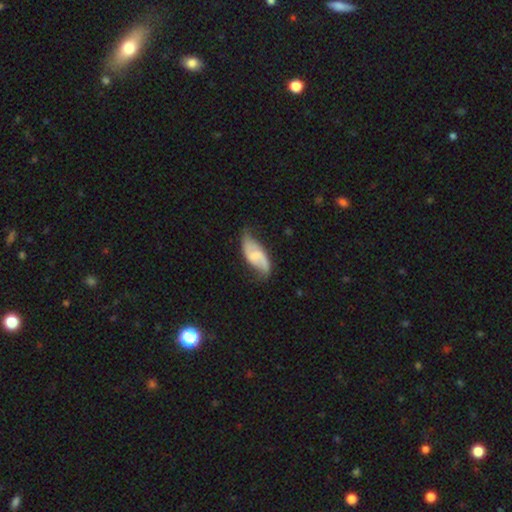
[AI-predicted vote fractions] smooth_or_featured: featured or disk (p=0.65) [alt: smooth p=0.29]
disk_edge_on: no (p=0.94) [alt: yes p=0.06]
bar: weak (p=0.48) [alt: no p=0.33]
has_spiral_arms: yes (p=0.89) [alt: no p=0.11]
spiral_winding: loose (p=0.69) [alt: medium p=0.24]
spiral_arm_count: 2 (p=0.88) [alt: can't tell p=0.06]
bulge_size: small (p=0.38) [alt: none p=0.33]
merging: none (p=0.59) [alt: minor disturbance p=0.28]